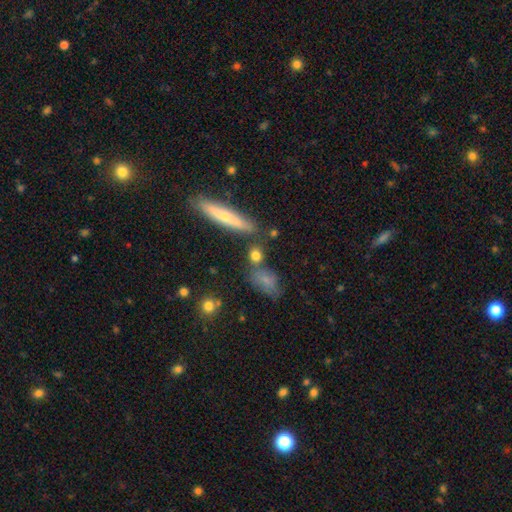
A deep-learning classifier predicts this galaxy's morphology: The model was most divided on "how rounded": in between: 42%, round: 40%, cigar-shaped: 18%. More confident: smooth or featured — smooth (74%); merging — none (70%).